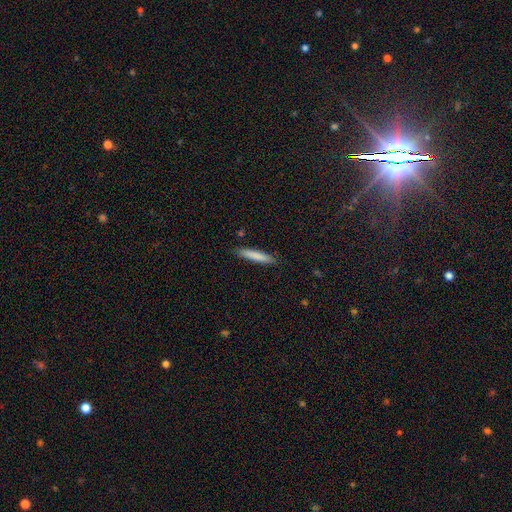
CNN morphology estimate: This is clearly a smooth galaxy (81%). How rounded: clearly cigar-shaped (91%). Merging: clearly none (88%).